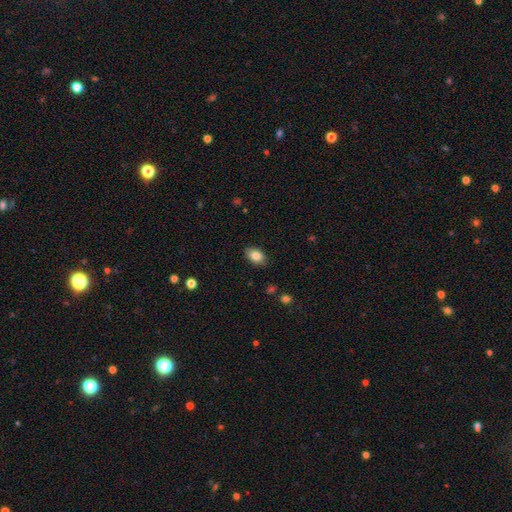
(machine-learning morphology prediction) Q: Smooth or featured?
A: smooth (85%); runner-up: star or artifact (8%)
Q: How rounded?
A: in between (86%); runner-up: round (13%)
Q: Merging?
A: none (87%); runner-up: minor disturbance (10%)